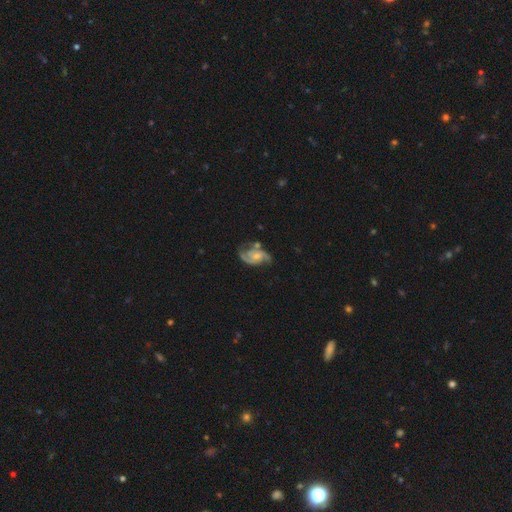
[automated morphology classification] smooth-or-featured: featured or disk: 83% | smooth: 11% | star or artifact: 6%
  disk-edge-on: no: 97% | yes: 3%
    bar: no: 58% | weak: 34% | strong: 7%
    has-spiral-arms: yes: 95% | no: 5%
      spiral-winding: medium: 49% | loose: 28% | tight: 23%
      spiral-arm-count: 2: 79% | can't tell: 7% | 3: 7% | 1: 3% | 4: 2% | more than 4: 2%
    bulge-size: small: 49% | moderate: 39% | none: 7% | large: 3% | dominant: 1%
  merging: none: 49% | minor disturbance: 23% | major disturbance: 16% | merger: 11%